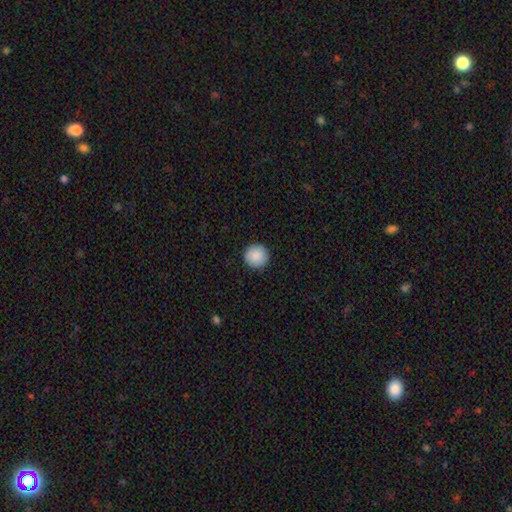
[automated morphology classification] The model was most divided on "smooth or featured": smooth: 89%, star or artifact: 7%, featured or disk: 3%. More confident: how rounded — round (96%); merging — none (92%).